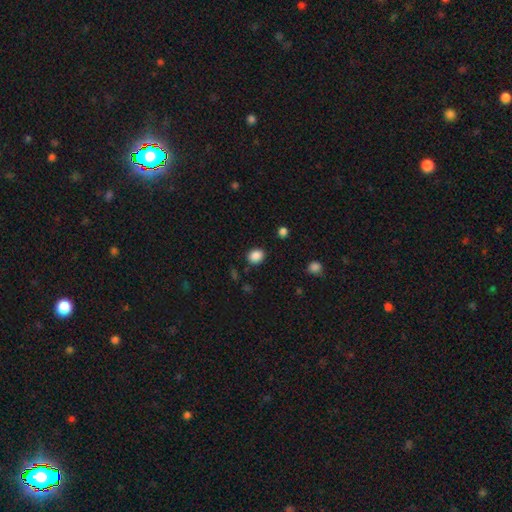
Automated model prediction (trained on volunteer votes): smooth_or_featured: smooth (p=0.87) [alt: star or artifact p=0.10]
how_rounded: round (p=0.55) [alt: in between p=0.44]
merging: none (p=0.85) [alt: minor disturbance p=0.10]